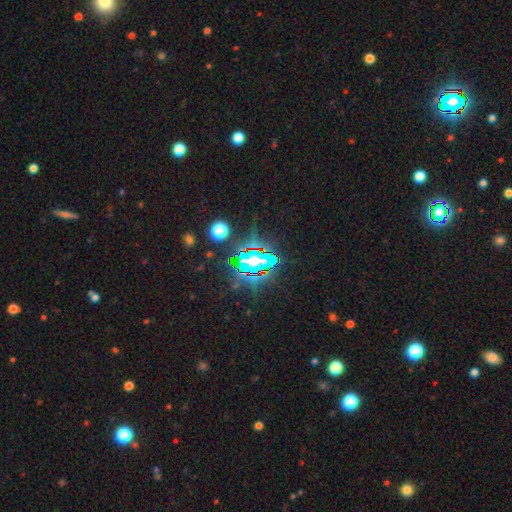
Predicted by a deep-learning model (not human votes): star or artifact 82%, smooth 10%, featured or disk 7%.